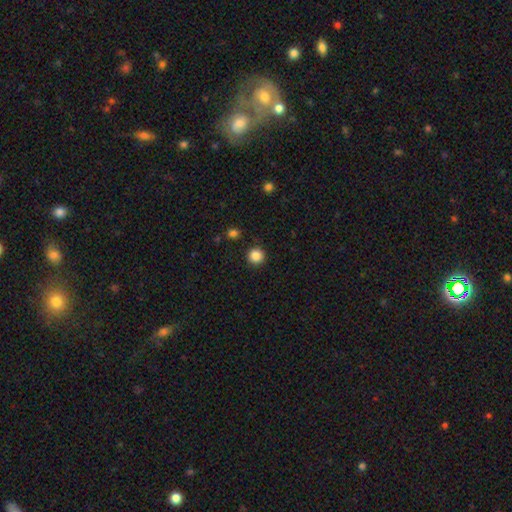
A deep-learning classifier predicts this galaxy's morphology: Overall: smooth (86%). How rounded: round (94%). Merging: none (90%).